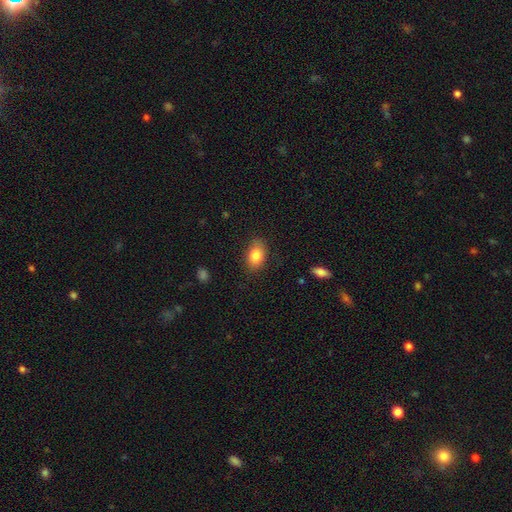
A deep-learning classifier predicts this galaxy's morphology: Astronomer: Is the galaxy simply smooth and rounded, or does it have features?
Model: smooth — 84%.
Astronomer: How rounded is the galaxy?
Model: in between — 87%.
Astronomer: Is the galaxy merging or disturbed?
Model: none — 83%.